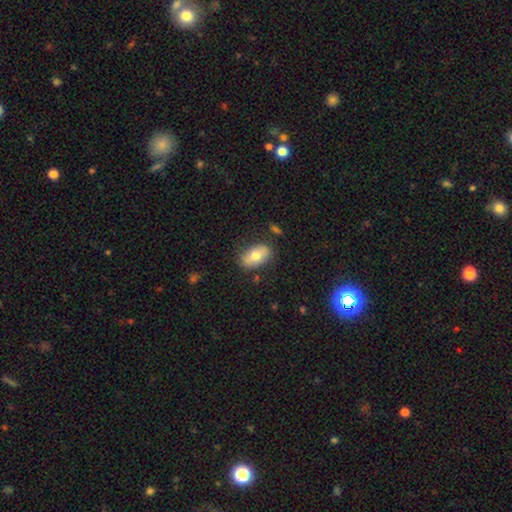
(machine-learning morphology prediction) This is likely a smooth galaxy (69%). How rounded: clearly in between (90%). Merging: likely none (79%).